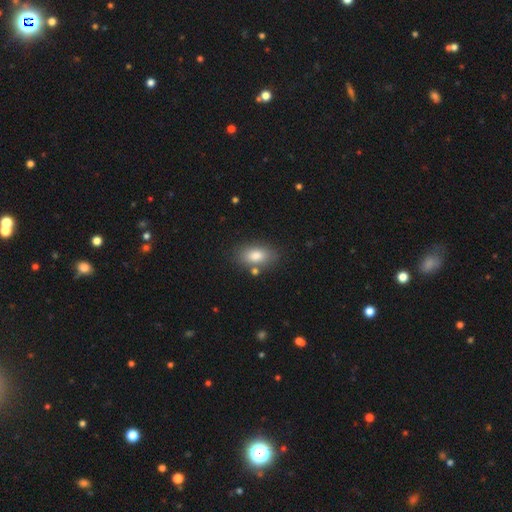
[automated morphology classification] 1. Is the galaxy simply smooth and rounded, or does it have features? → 82% smooth, 10% featured or disk, 8% star or artifact.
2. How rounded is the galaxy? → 88% in between, 10% round, 2% cigar-shaped.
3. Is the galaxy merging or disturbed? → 77% none, 13% minor disturbance, 7% merger, 4% major disturbance.